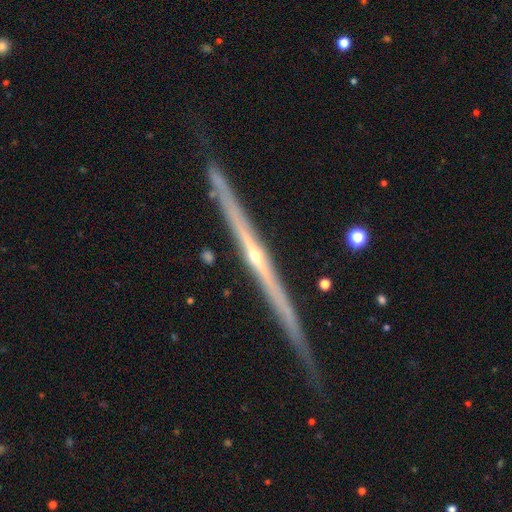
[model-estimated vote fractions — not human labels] Smooth or featured?
  - featured or disk: 87% *
  - smooth: 8%
  - star or artifact: 5%
Edge-on disk?
  - yes: 98% *
  - no: 2%
Edge-on bulge?
  - rounded: 62% *
  - none: 35%
  - boxy: 4%
Merging?
  - none: 84% *
  - minor disturbance: 12%
  - major disturbance: 2%
  - merger: 2%